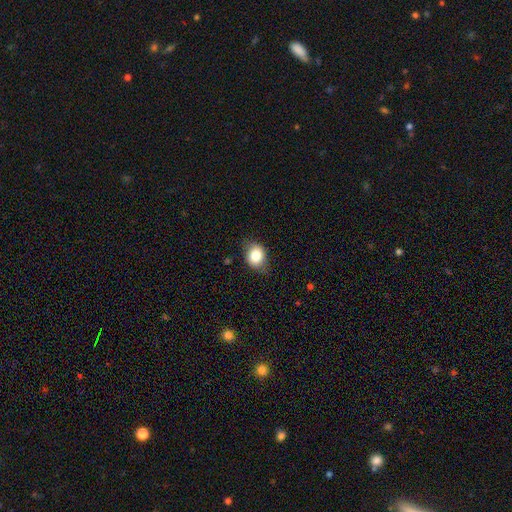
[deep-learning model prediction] Overall: smooth (81%). How rounded: in between (50%; round 48%). Merging: none (71%).